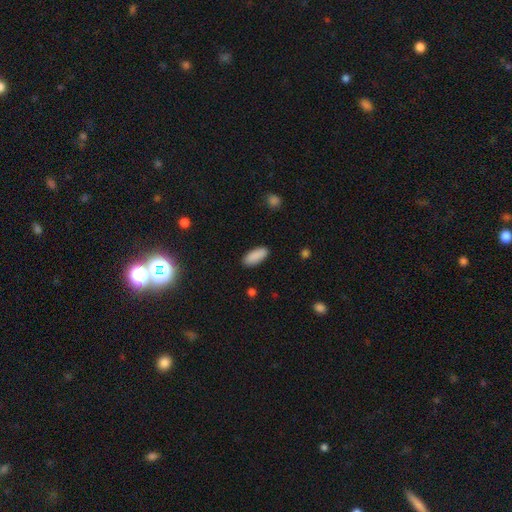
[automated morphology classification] Smooth or featured? Predicted: smooth (p=0.90). How rounded? Predicted: in between (p=0.81). Merging? Predicted: none (p=0.89).